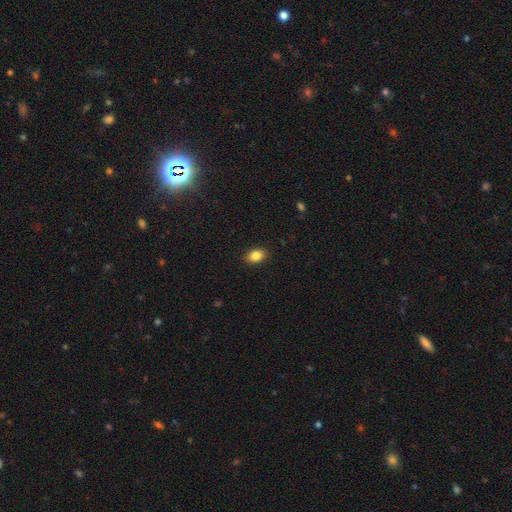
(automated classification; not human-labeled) Smooth or featured?
  - smooth: 86% *
  - star or artifact: 9%
  - featured or disk: 5%
How rounded?
  - in between: 80% *
  - round: 18%
  - cigar-shaped: 1%
Merging?
  - none: 89% *
  - minor disturbance: 8%
  - major disturbance: 2%
  - merger: 1%